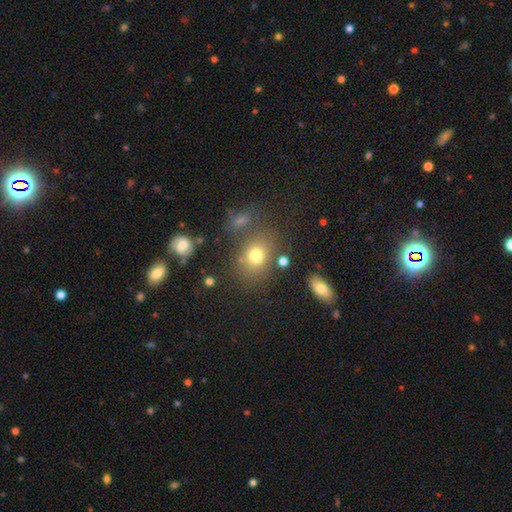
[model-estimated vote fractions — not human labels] Smooth or featured? Predicted: smooth (p=0.72). How rounded? Predicted: in between (p=0.51). Merging? Predicted: none (p=0.65).